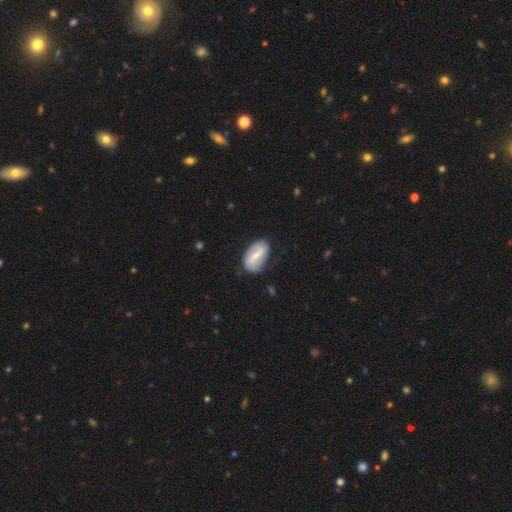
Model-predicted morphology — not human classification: This is possibly a featured or disk galaxy (58%). It is clearly not viewed edge-on (94%). Bar: possibly strong (51%). Spiral arm pattern: likely yes (68%). Central bulge: possibly small (53%). Merging: likely none (79%).